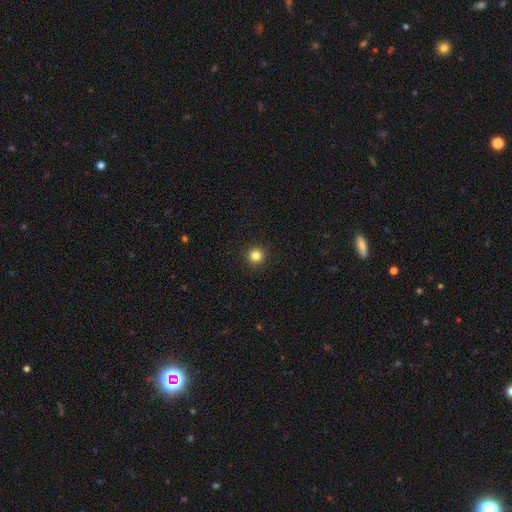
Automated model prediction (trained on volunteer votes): smooth_or_featured: smooth (p=0.83) [alt: star or artifact p=0.13]
how_rounded: round (p=0.96) [alt: in between p=0.03]
merging: none (p=0.93) [alt: minor disturbance p=0.04]